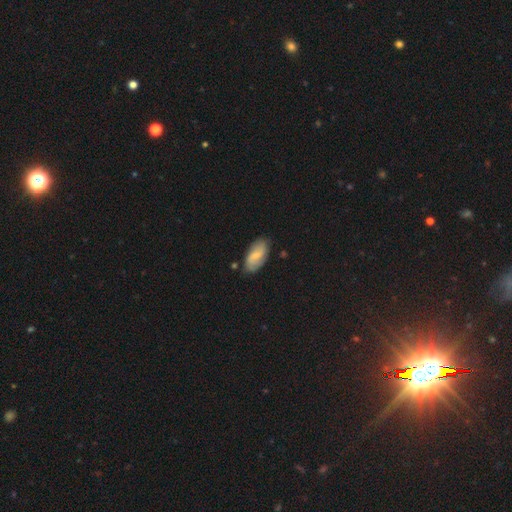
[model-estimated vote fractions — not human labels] Smooth or featured?
  - smooth: 55% *
  - featured or disk: 38%
  - star or artifact: 6%
How rounded?
  - in between: 91% *
  - cigar-shaped: 6%
  - round: 3%
Merging?
  - none: 76% *
  - minor disturbance: 18%
  - major disturbance: 4%
  - merger: 2%